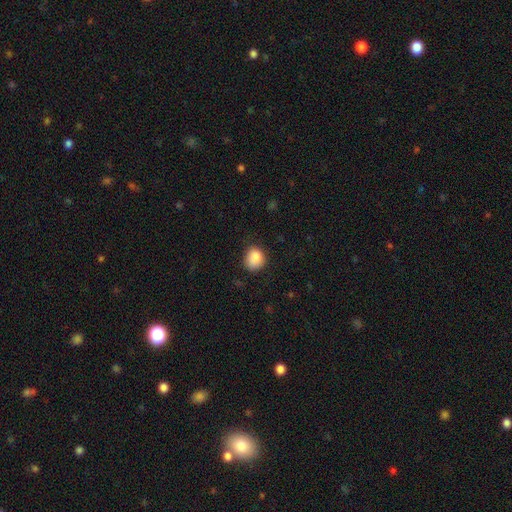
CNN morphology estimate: type=smooth (87%); roundness=round (67%); merging=none (75%).